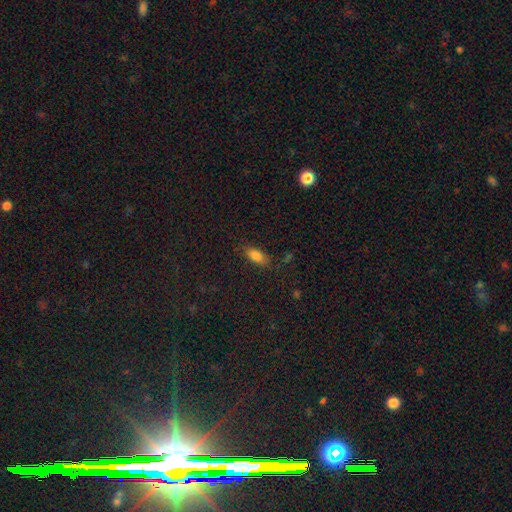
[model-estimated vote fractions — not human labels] Smooth or featured?
  - smooth: 81% *
  - star or artifact: 10%
  - featured or disk: 9%
How rounded?
  - in between: 83% *
  - cigar-shaped: 14%
  - round: 3%
Merging?
  - none: 79% *
  - minor disturbance: 15%
  - major disturbance: 4%
  - merger: 2%